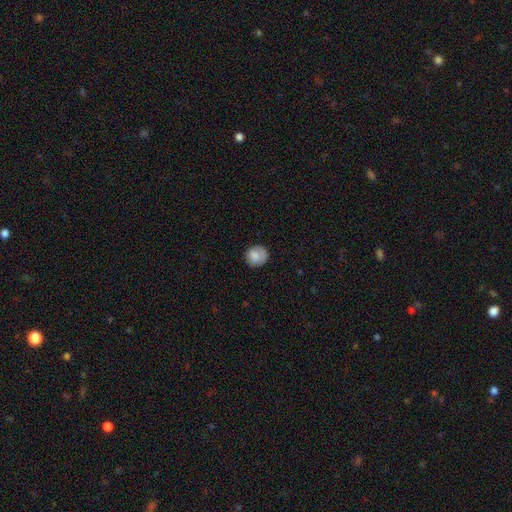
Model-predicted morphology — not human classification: This is clearly a smooth galaxy (83%). How rounded: clearly round (83%). Merging: likely none (77%).